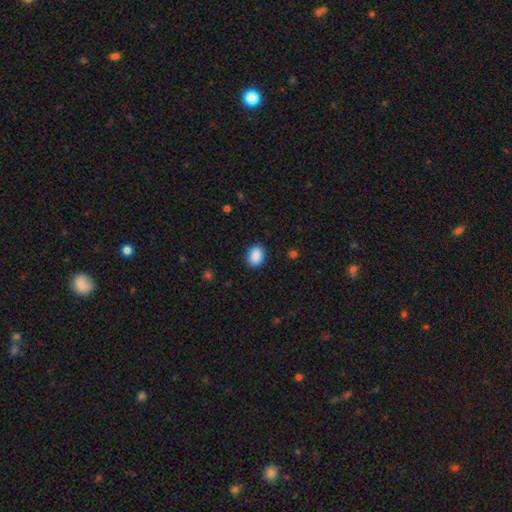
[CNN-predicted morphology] Smooth or featured? smooth (89%)
How rounded? in between (66%)
Merging? none (88%)